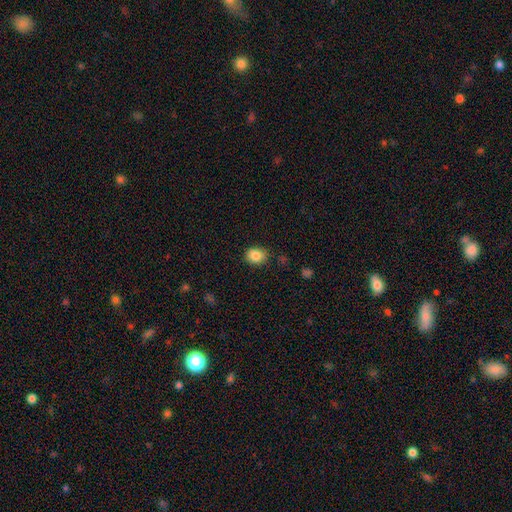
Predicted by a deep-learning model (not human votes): smooth_or_featured: smooth (p=0.84) [alt: star or artifact p=0.09]
how_rounded: round (p=0.58) [alt: in between p=0.41]
merging: none (p=0.83) [alt: minor disturbance p=0.13]